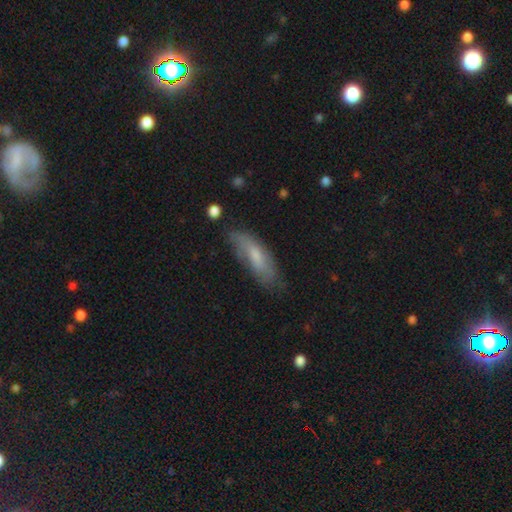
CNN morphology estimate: type=smooth (59%); roundness=in between (56%); merging=none (63%).